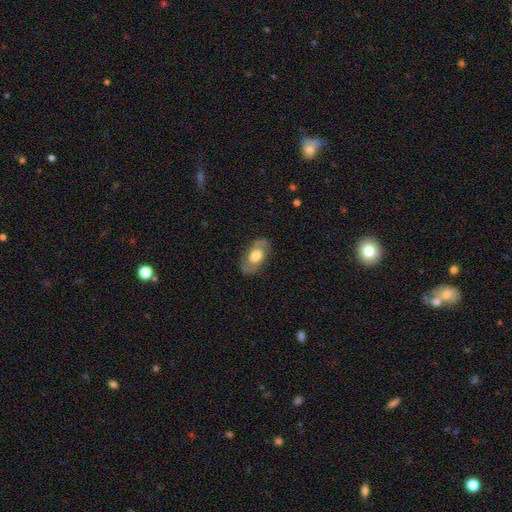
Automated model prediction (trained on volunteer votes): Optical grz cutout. It shows a featured or disk galaxy (52%). Merging: none (79%).